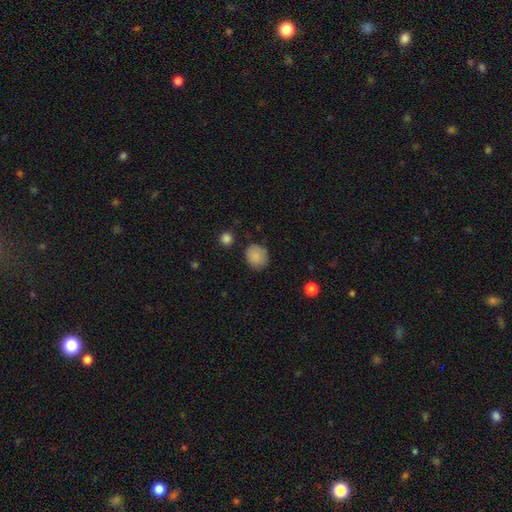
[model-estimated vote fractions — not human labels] Q: Smooth or featured?
A: smooth (86%); runner-up: star or artifact (9%)
Q: How rounded?
A: round (73%); runner-up: in between (26%)
Q: Merging?
A: none (79%); runner-up: minor disturbance (15%)